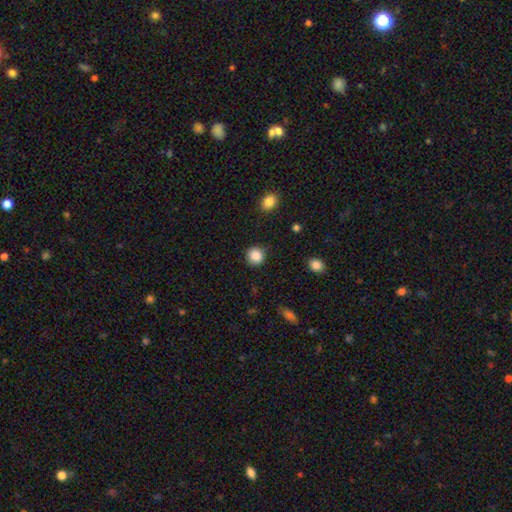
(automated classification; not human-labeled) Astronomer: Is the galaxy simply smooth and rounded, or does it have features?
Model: smooth — 87%.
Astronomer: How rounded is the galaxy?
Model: round — 92%.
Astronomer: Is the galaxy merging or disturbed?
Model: none — 89%.